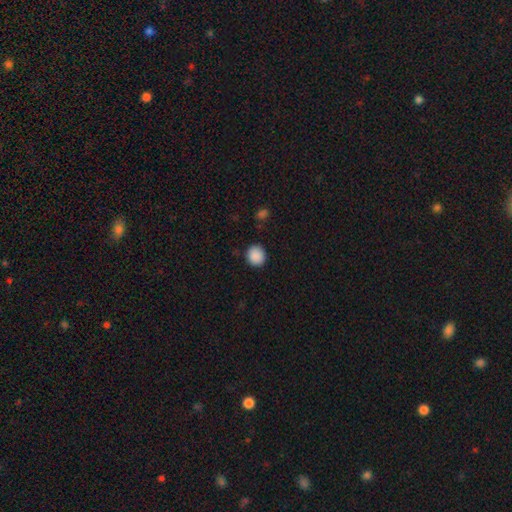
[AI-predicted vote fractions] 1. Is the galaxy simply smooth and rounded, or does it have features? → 89% smooth, 8% star or artifact, 2% featured or disk.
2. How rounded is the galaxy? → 86% round, 13% in between, 1% cigar-shaped.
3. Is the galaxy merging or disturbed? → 89% none, 8% minor disturbance, 2% major disturbance, 1% merger.